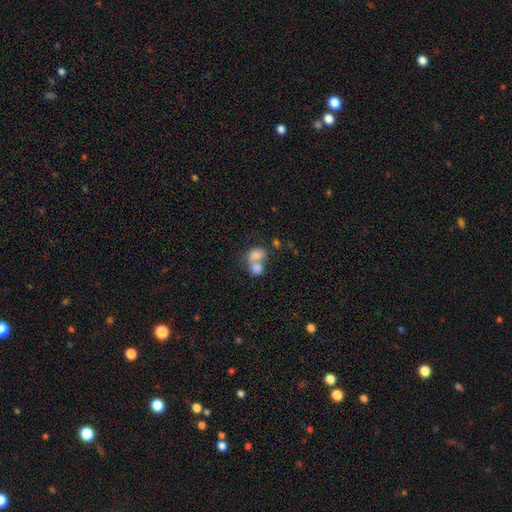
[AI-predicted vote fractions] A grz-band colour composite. It shows a smooth galaxy with no disk features (76%) that is in between round and cigar-shaped (60%). Merging: merger (72%).